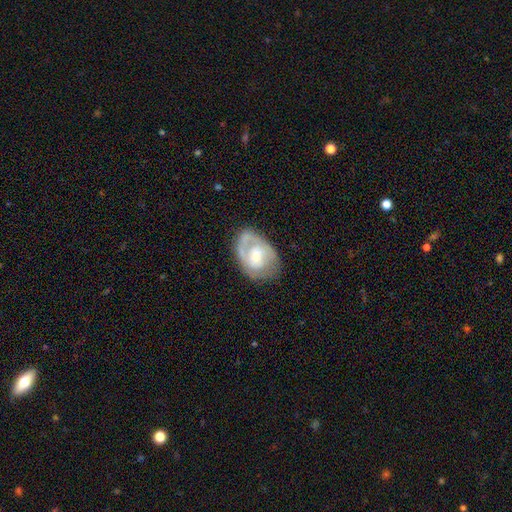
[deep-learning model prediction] Overall: featured or disk (63%; smooth 32%). Edge-on disk: no (96%). Bar: no (58%; weak 34%). Spiral arms: yes (68%; no 32%). Bulge size: moderate (49%; small 41%). Merging: none (63%; minor disturbance 24%).